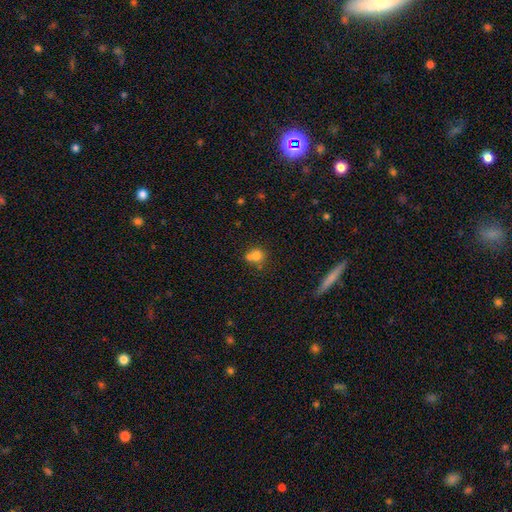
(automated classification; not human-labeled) Smooth or featured: smooth — 72% (featured or disk — 15%)
How rounded: round — 69% (in between — 30%)
Merging: merger — 41% (none — 39%)